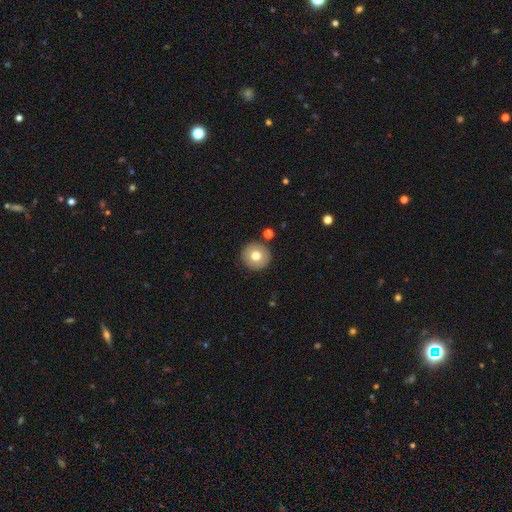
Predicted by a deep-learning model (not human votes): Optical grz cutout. It shows a smooth galaxy with no disk features (75%) that is round (95%). Merging: none (89%).